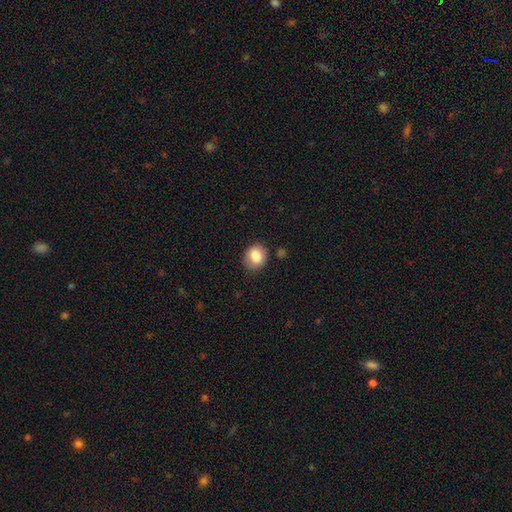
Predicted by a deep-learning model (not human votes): Overall: smooth (82%). How rounded: round (61%; in between 38%). Merging: none (79%).